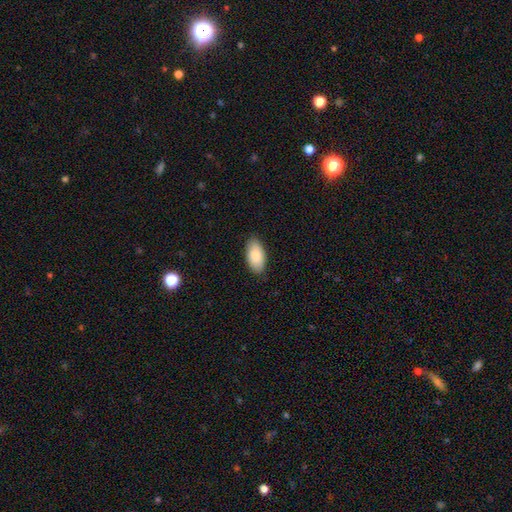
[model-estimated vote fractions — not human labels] This appears to be a smooth galaxy with no disk features (87%) that is in between round and cigar-shaped (95%). Merging: none (87%).